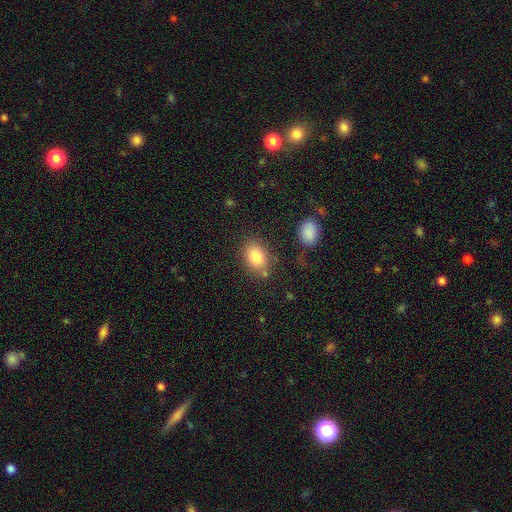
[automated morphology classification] Overall: smooth (84%). How rounded: in between (78%). Merging: none (75%).